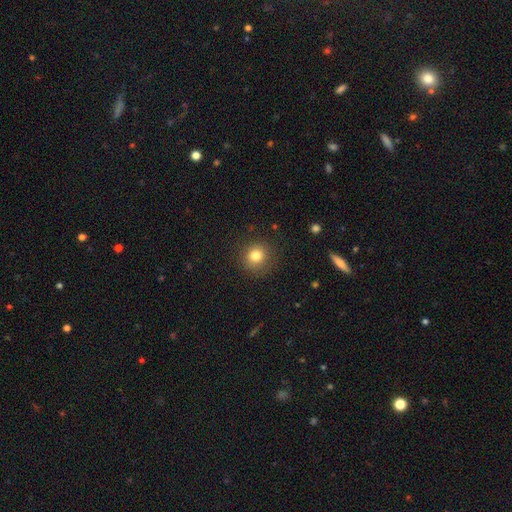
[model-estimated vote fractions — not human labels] Q: Smooth or featured?
A: smooth (80%); runner-up: star or artifact (12%)
Q: How rounded?
A: round (91%); runner-up: in between (8%)
Q: Merging?
A: none (88%); runner-up: minor disturbance (8%)